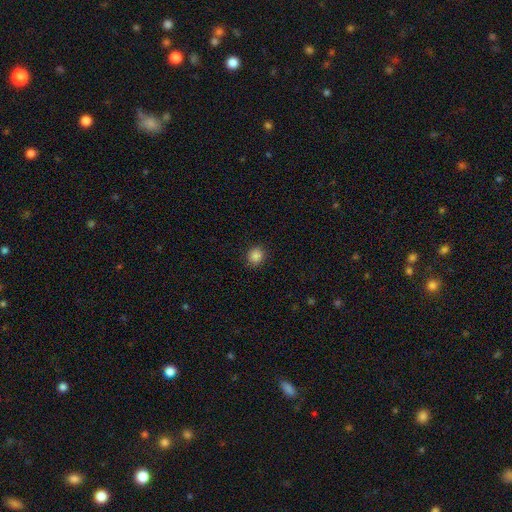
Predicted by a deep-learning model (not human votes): A smooth galaxy with no disk features (85%) that is round (85%). Merging: none (89%).